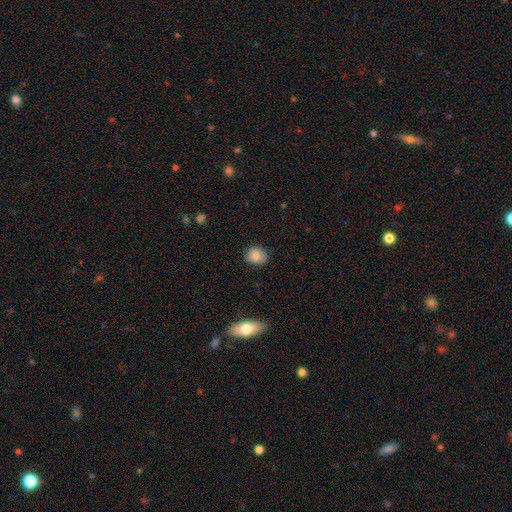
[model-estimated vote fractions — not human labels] smooth-or-featured: smooth: 85% | star or artifact: 9% | featured or disk: 6%
  how-rounded: round: 58% | in between: 41% | cigar-shaped: 1%
  merging: none: 83% | minor disturbance: 14% | major disturbance: 3% | merger: 1%